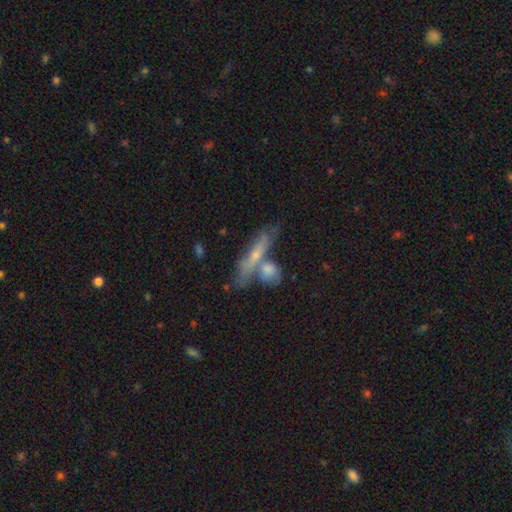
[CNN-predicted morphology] type=featured or disk (51%); edge-on=yes (76%); merging=none (51%).